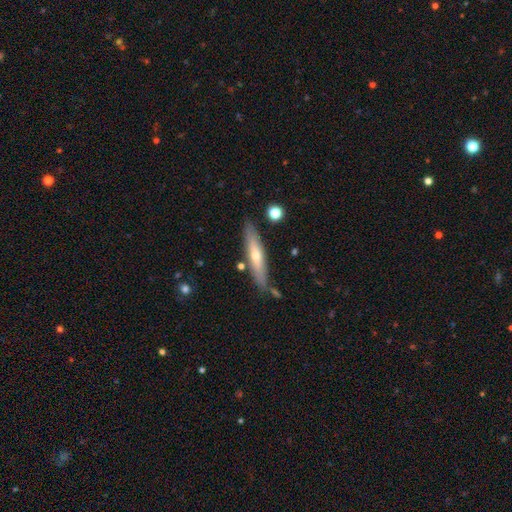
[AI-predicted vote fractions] Morphology: type=featured or disk (48%); merging=none (81%).